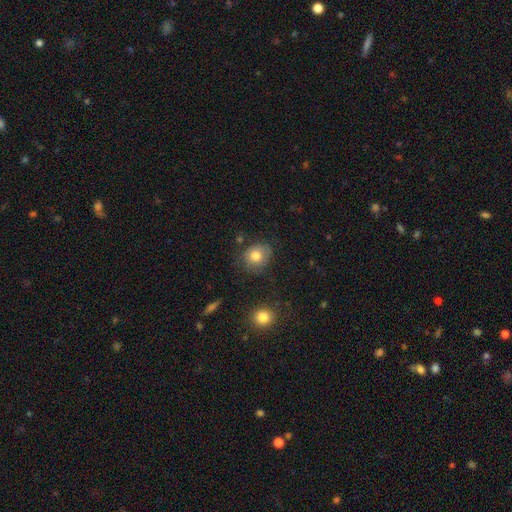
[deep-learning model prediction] A smooth galaxy with no disk features (78%) that is round (63%).

Vote fractions:
- Smooth or featured? smooth: 78% / featured or disk: 13% / star or artifact: 9%
- How rounded? round: 63% / in between: 36% / cigar-shaped: 1%
- Merging? none: 69% / minor disturbance: 22% / major disturbance: 6% / merger: 3%